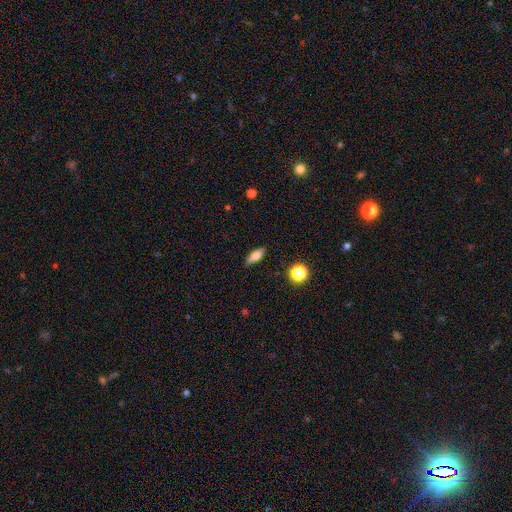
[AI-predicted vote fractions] Overall: smooth (70%). How rounded: in between (65%; cigar-shaped 29%). Merging: none (87%).